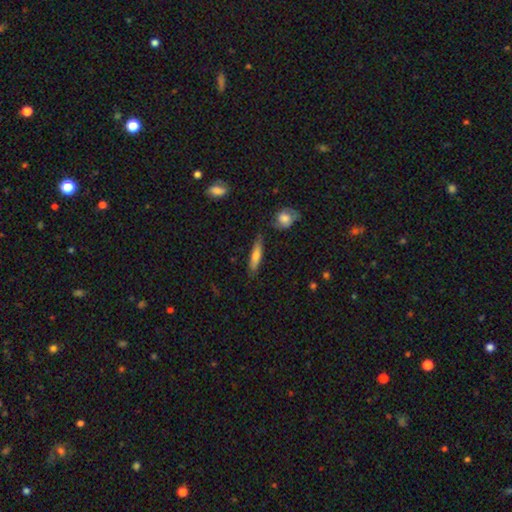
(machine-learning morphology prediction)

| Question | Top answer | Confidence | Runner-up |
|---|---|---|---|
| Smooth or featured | smooth | 70% | featured or disk (24%) |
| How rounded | cigar-shaped | 74% | in between (23%) |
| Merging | none | 76% | minor disturbance (16%) |